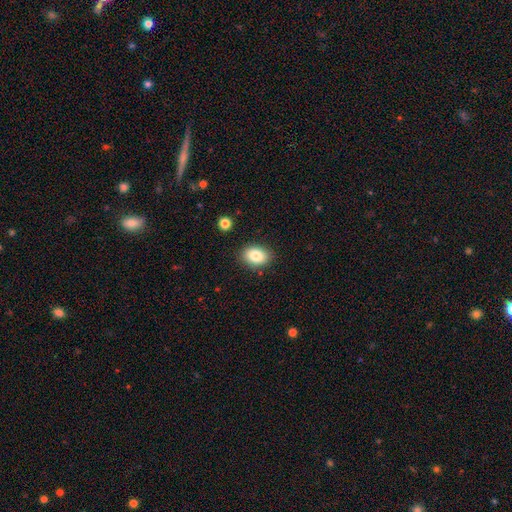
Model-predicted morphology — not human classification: type=smooth (84%); roundness=in between (77%); merging=none (86%).